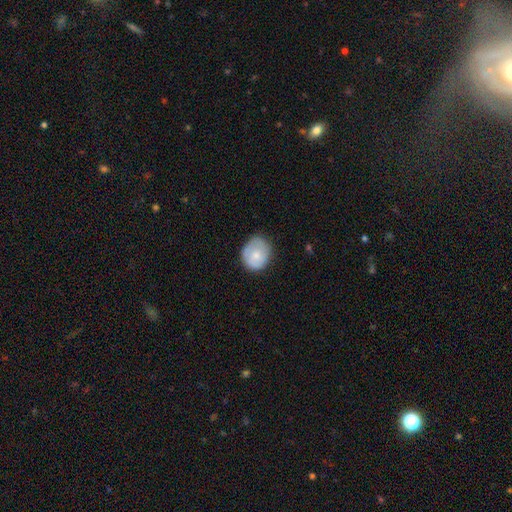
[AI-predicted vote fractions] Overall: smooth (72%). How rounded: round (71%). Merging: none (65%; minor disturbance 27%).